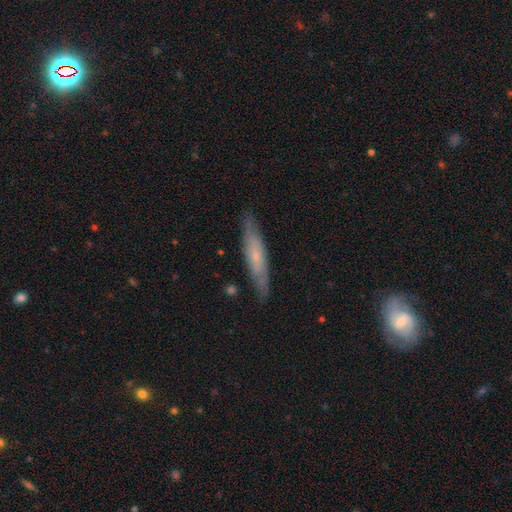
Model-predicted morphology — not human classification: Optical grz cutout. It shows a featured or disk galaxy (53%) viewed edge-on (65%). Merging: none (83%).